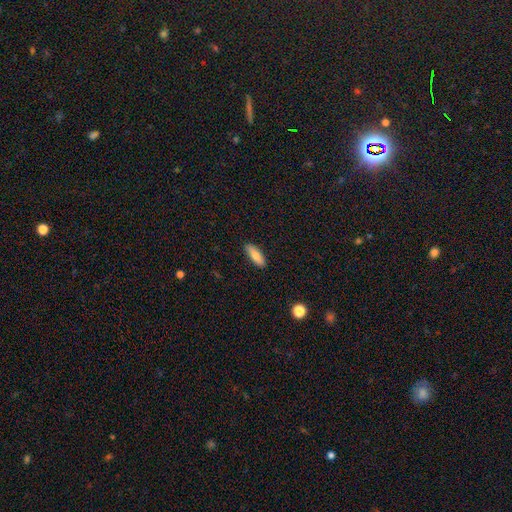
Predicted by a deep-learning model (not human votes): A smooth galaxy with no disk features (79%) that is in between round and cigar-shaped (60%). Merging: none (89%).